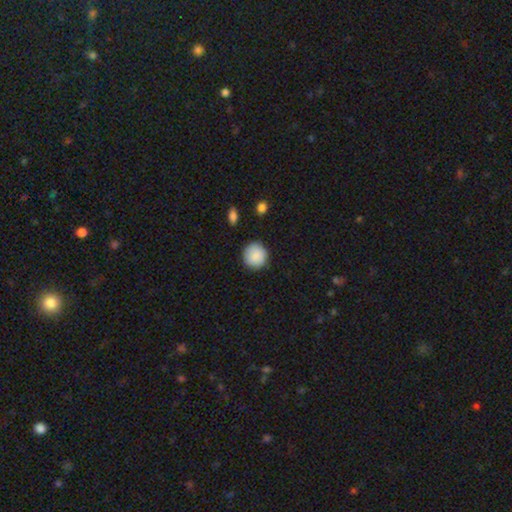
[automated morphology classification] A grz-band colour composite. It shows a smooth galaxy with no disk features (88%) that is round (93%). Merging: none (88%).